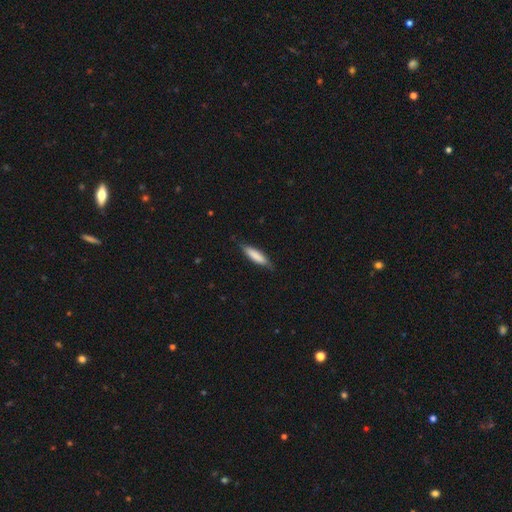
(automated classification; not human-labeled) Smooth or featured? smooth (79%)
How rounded? cigar-shaped (71%)
Merging? none (78%)